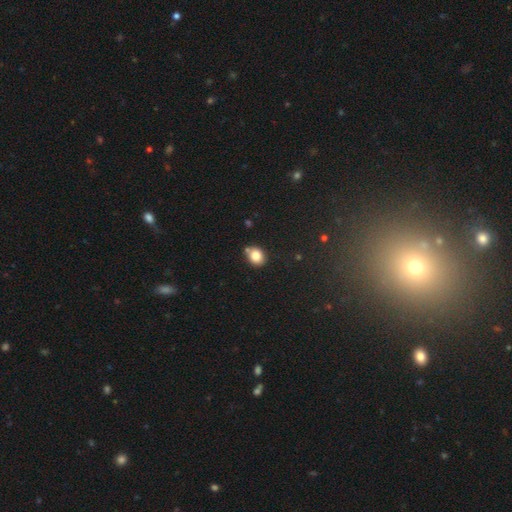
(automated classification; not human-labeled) Q: Smooth or featured?
A: smooth (82%); runner-up: star or artifact (10%)
Q: How rounded?
A: round (50%); runner-up: in between (49%)
Q: Merging?
A: none (65%); runner-up: minor disturbance (19%)